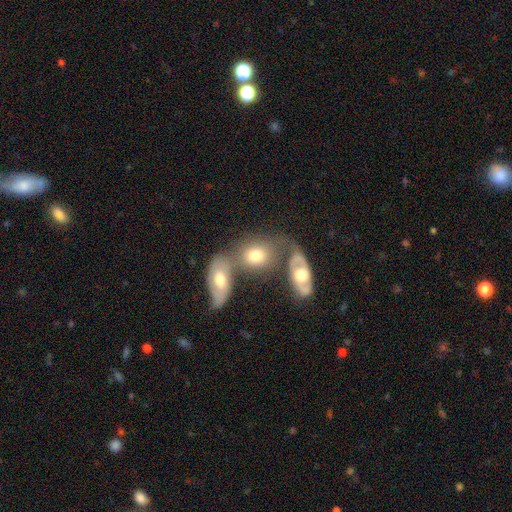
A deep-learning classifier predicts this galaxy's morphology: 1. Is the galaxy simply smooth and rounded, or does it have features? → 66% smooth, 26% featured or disk, 8% star or artifact.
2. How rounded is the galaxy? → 67% in between, 30% round, 2% cigar-shaped.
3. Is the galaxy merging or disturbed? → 45% merger, 35% none, 13% minor disturbance, 6% major disturbance.